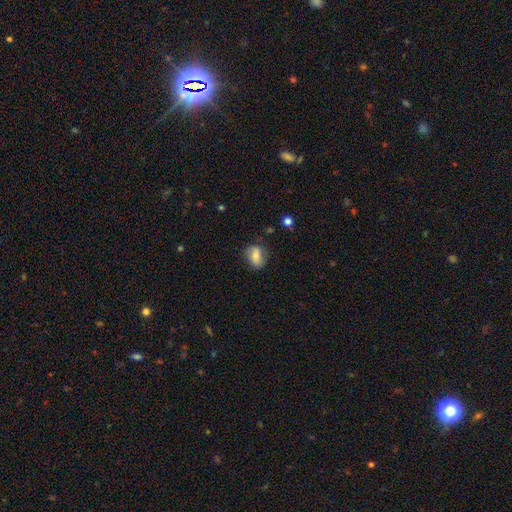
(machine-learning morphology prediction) This appears to be a smooth galaxy with no disk features (70%) that is in between round and cigar-shaped (71%). Merging: none (74%).